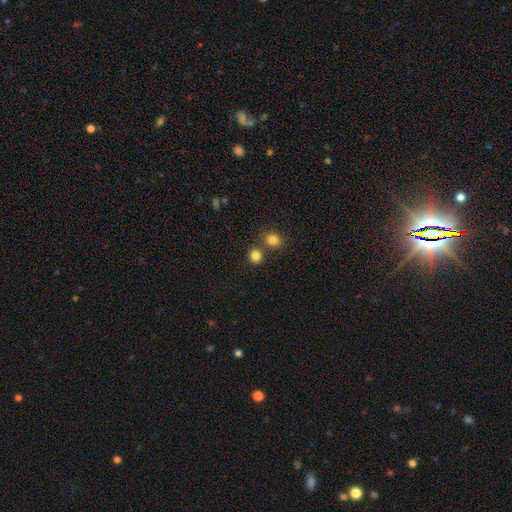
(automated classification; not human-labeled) smooth_or_featured: smooth (p=0.82) [alt: star or artifact p=0.12]
how_rounded: round (p=0.85) [alt: in between p=0.14]
merging: none (p=0.68) [alt: merger p=0.22]